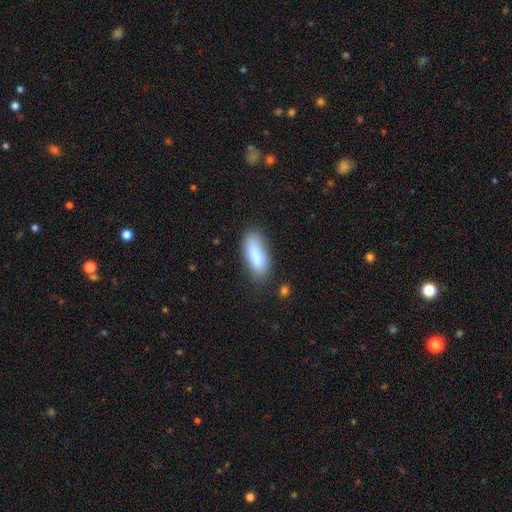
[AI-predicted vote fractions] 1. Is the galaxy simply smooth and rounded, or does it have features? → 79% smooth, 13% featured or disk, 8% star or artifact.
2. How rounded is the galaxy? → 69% in between, 29% cigar-shaped, 2% round.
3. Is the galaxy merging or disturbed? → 67% none, 21% minor disturbance, 6% merger, 6% major disturbance.